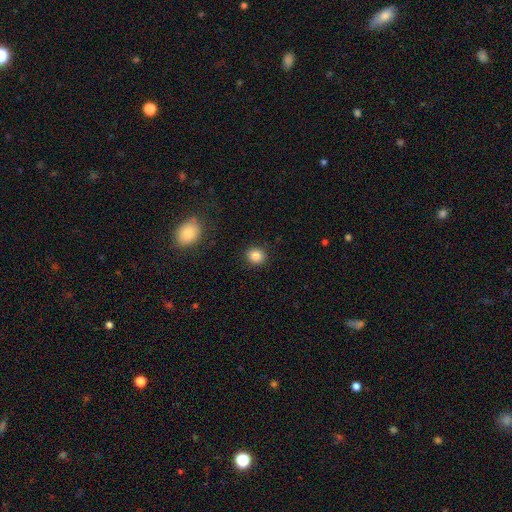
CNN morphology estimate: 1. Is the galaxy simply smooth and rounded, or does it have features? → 84% smooth, 10% star or artifact, 6% featured or disk.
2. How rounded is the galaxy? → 82% round, 17% in between, 1% cigar-shaped.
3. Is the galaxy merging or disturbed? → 90% none, 6% minor disturbance, 2% major disturbance, 1% merger.